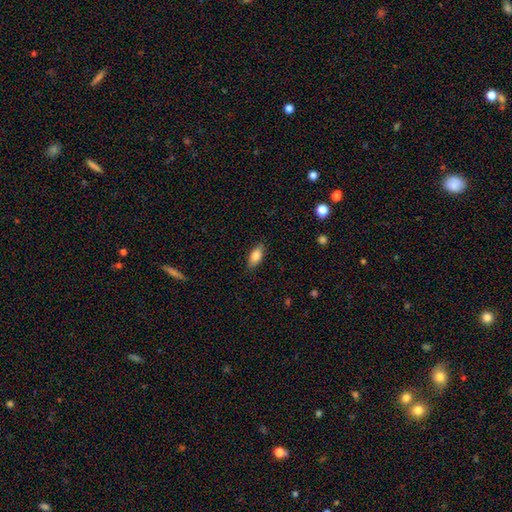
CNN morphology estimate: Smooth or featured?
  - smooth: 81% *
  - featured or disk: 12%
  - star or artifact: 7%
How rounded?
  - in between: 85% *
  - cigar-shaped: 12%
  - round: 3%
Merging?
  - none: 86% *
  - minor disturbance: 11%
  - major disturbance: 2%
  - merger: 1%